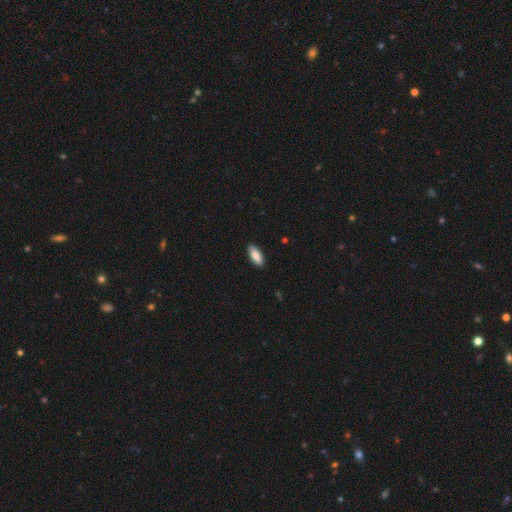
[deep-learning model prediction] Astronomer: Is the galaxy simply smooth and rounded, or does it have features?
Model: smooth — 84%.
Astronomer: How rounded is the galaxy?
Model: in between — 84%.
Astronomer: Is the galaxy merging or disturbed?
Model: none — 89%.